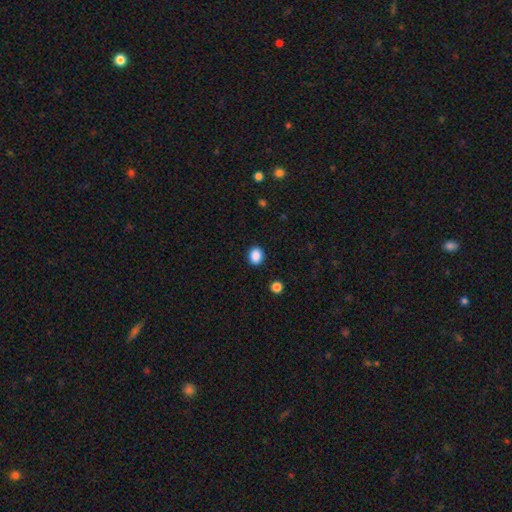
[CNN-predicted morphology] This appears to be a smooth galaxy with no disk features (88%) that is round (53%). Merging: none (90%).